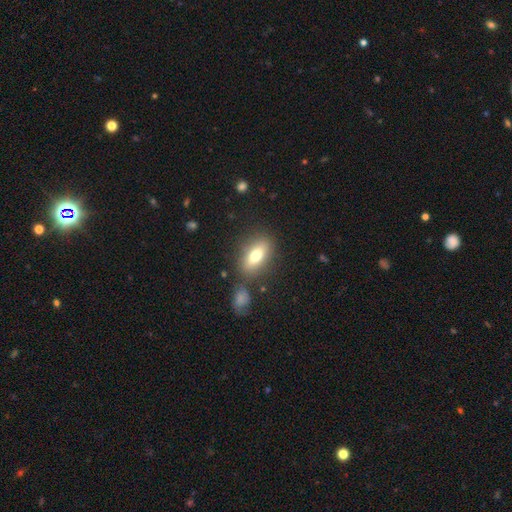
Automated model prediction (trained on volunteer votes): A smooth galaxy with no disk features (74%) that is in between round and cigar-shaped (82%).

Vote fractions:
- Smooth or featured? smooth: 74% / featured or disk: 18% / star or artifact: 8%
- How rounded? in between: 82% / cigar-shaped: 11% / round: 7%
- Merging? none: 76% / minor disturbance: 12% / merger: 8% / major disturbance: 4%